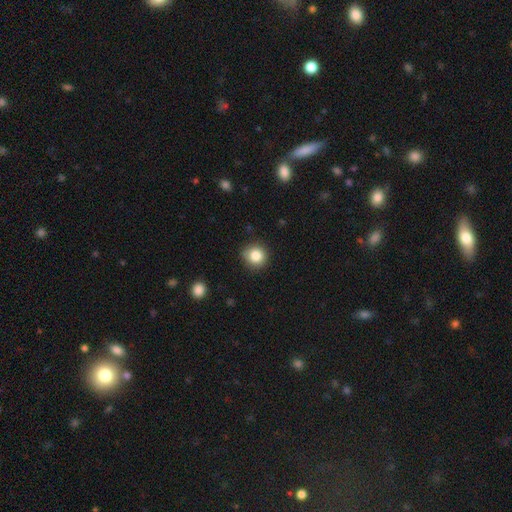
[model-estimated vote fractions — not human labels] A smooth galaxy with no disk features (84%) that is round (90%). Merging: none (86%).